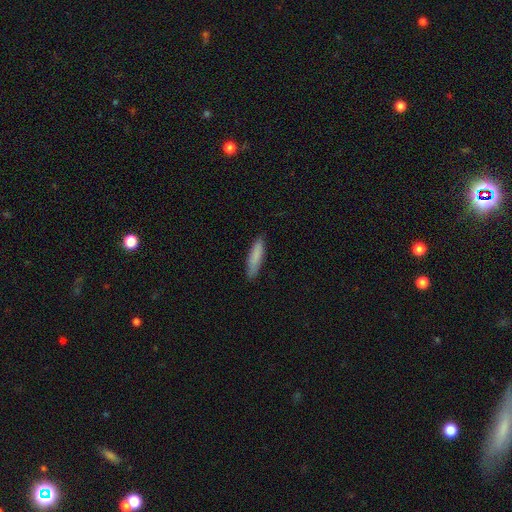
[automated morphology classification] smooth 84%, featured or disk 10%, star or artifact 6%. Down the decision tree: how rounded — cigar-shaped (77%); merging — none (85%).